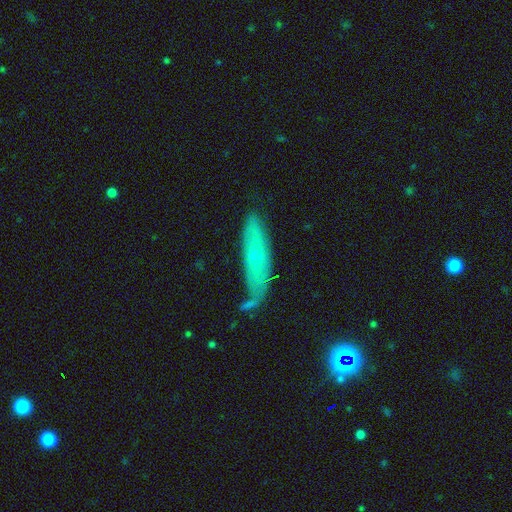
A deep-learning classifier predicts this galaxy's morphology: The model was most divided on "smooth or featured": featured or disk: 48%, smooth: 44%, star or artifact: 8%. More confident: merging — none (57%).